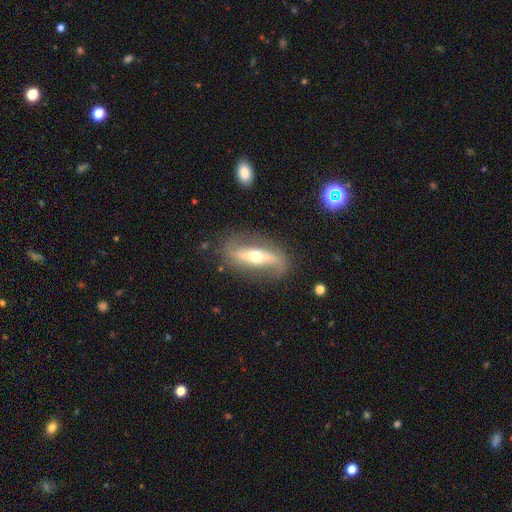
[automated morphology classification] This is likely a featured or disk galaxy (74%). It is likely not viewed edge-on (66%). Merging: likely none (78%).